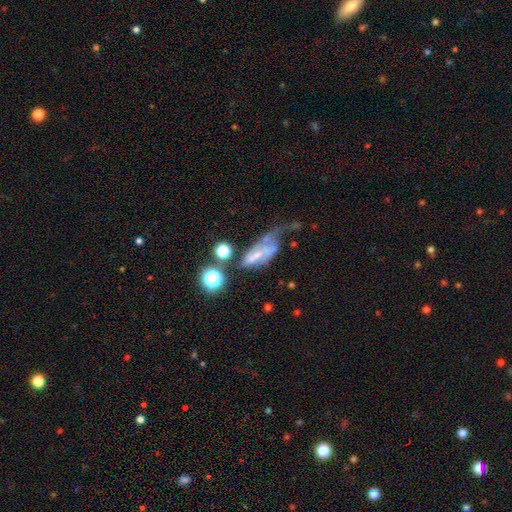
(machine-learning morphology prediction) Smooth or featured? Predicted: featured or disk (p=0.56). Edge-on disk? Predicted: no (p=0.85). Merging? Predicted: major disturbance (p=0.41).